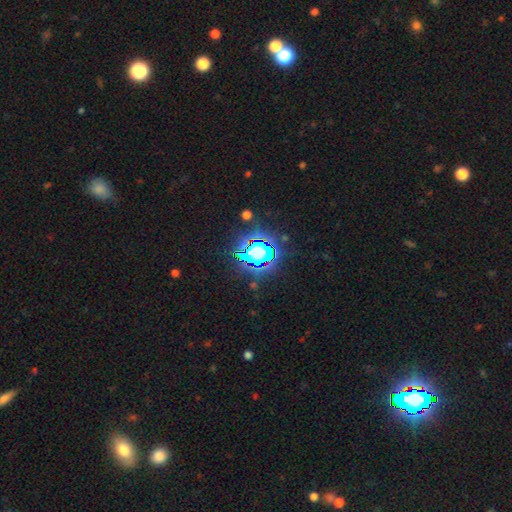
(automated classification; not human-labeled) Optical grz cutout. It shows a star or artifact, not a galaxy (81%).